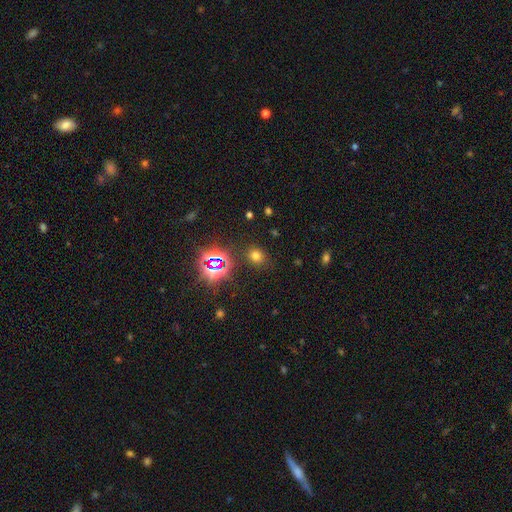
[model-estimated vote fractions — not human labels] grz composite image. It shows a smooth galaxy with no disk features (64%) that is round (66%). Merging: none (83%).